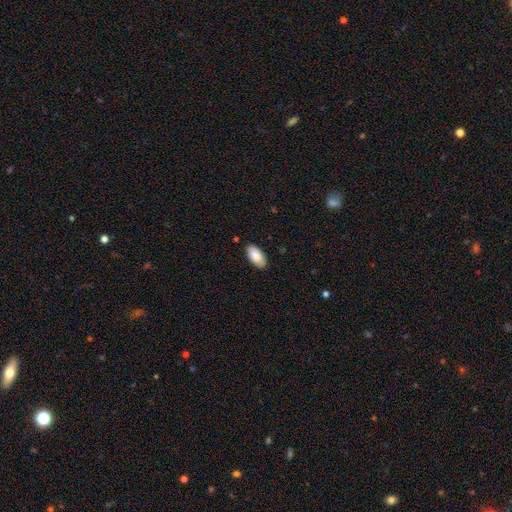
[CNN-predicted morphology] This appears to be a smooth galaxy with no disk features (87%) that is in between round and cigar-shaped (95%). Merging: none (87%).